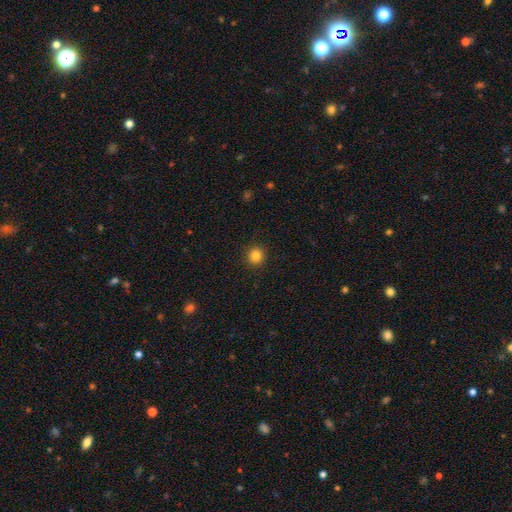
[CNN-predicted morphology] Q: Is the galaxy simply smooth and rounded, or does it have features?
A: smooth — 84%.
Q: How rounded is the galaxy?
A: round — 90%.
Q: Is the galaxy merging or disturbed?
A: none — 92%.